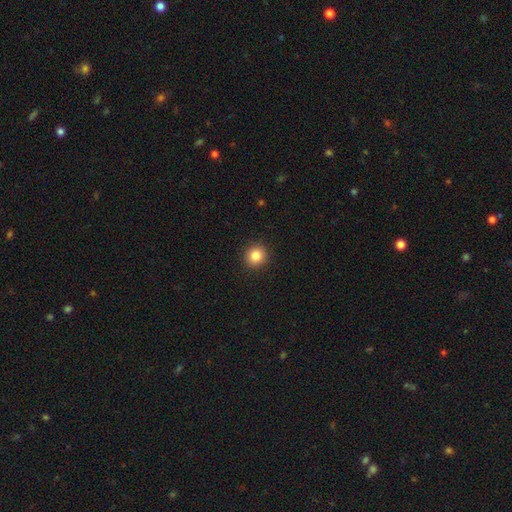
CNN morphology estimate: A smooth galaxy with no disk features (84%) that is round (90%). Merging: none (93%).